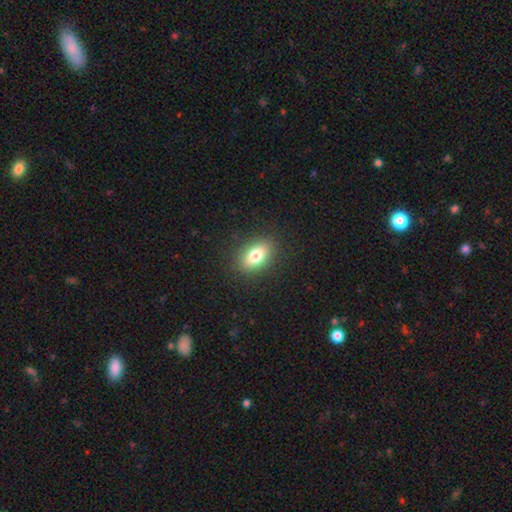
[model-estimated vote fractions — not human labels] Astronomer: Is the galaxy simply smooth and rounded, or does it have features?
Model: smooth — 76%.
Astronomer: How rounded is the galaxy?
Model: in between — 84%.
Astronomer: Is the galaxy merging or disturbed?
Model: none — 88%.